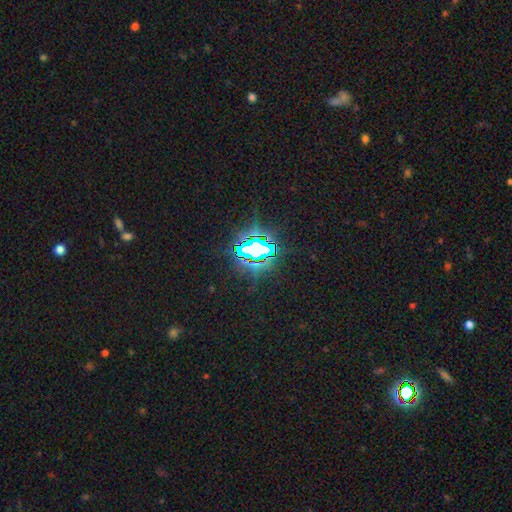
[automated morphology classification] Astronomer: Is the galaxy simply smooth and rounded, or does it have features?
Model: star or artifact — 83%.